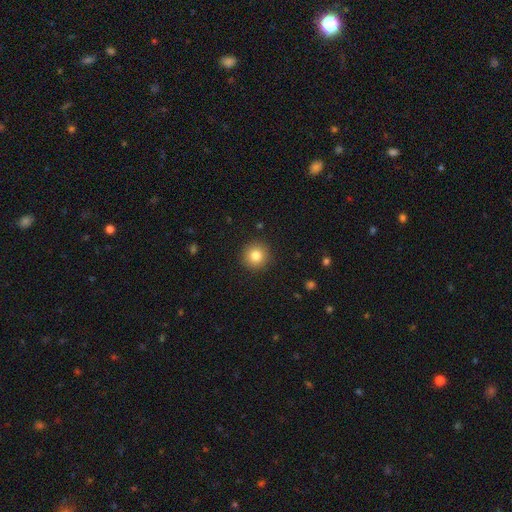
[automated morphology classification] This appears to be a smooth galaxy with no disk features (83%) that is round (95%). Merging: none (92%).